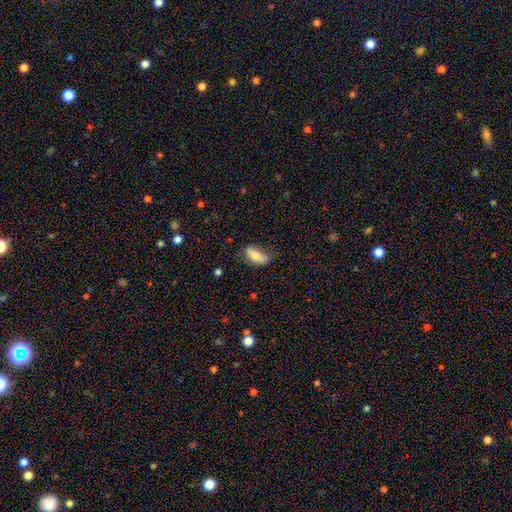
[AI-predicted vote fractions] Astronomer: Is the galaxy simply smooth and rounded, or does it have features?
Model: smooth — 75%.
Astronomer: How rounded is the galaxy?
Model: in between — 86%.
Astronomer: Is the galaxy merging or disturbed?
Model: none — 63%.